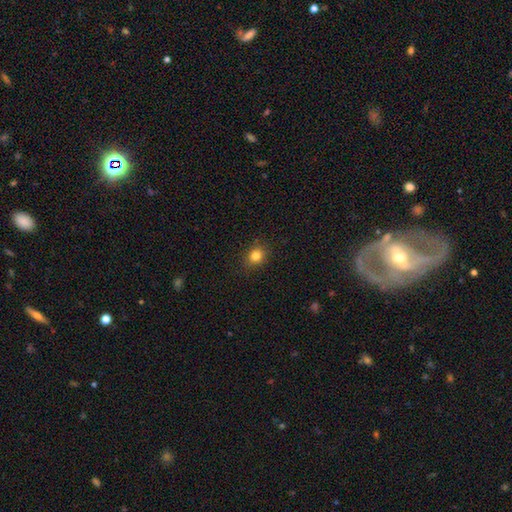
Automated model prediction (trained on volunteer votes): This is clearly a smooth galaxy (82%). How rounded: likely round (68%). Merging: clearly none (88%).